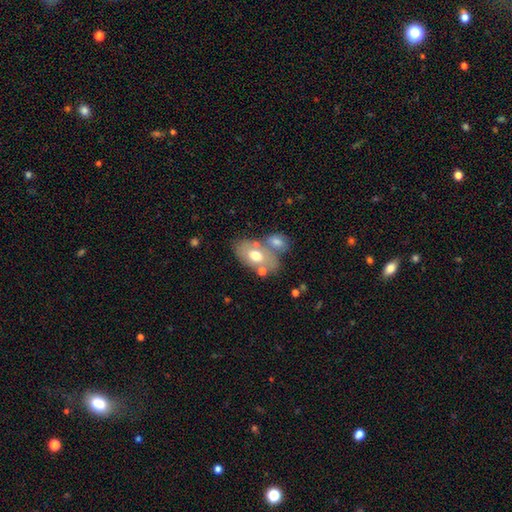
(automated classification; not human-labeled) Smooth or featured? Predicted: smooth (p=0.62). How rounded? Predicted: in between (p=0.89). Merging? Predicted: none (p=0.48).